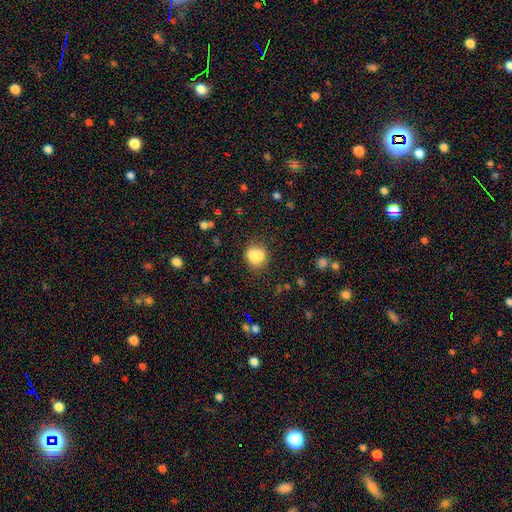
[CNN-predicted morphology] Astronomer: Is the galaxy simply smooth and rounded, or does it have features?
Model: smooth — 70%.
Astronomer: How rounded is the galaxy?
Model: round — 70%.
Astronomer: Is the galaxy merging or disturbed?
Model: merger — 48% (runner-up: none, 37%).